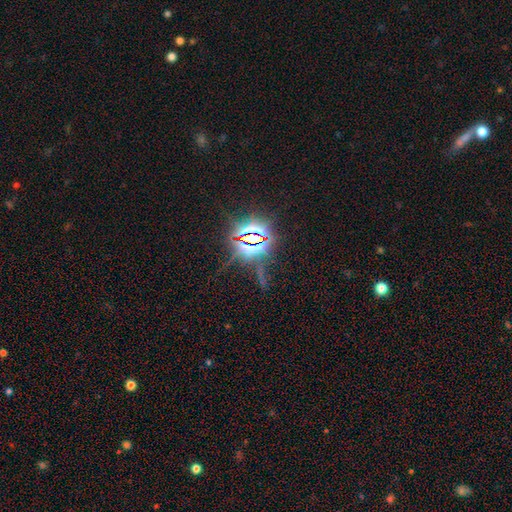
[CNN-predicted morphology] A star or artifact, not a galaxy (85%).